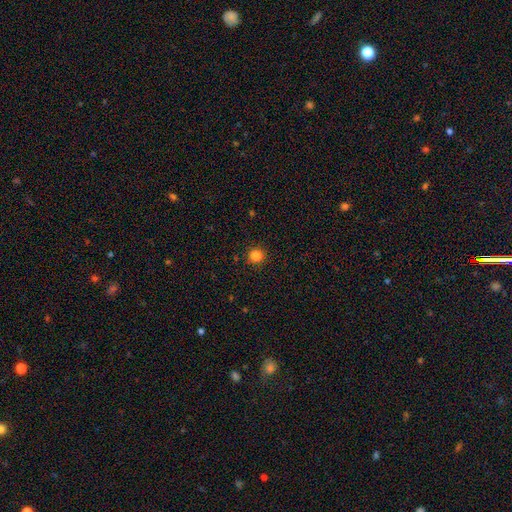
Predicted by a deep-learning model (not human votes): A smooth galaxy with no disk features (84%) that is round (93%). Merging: none (92%).